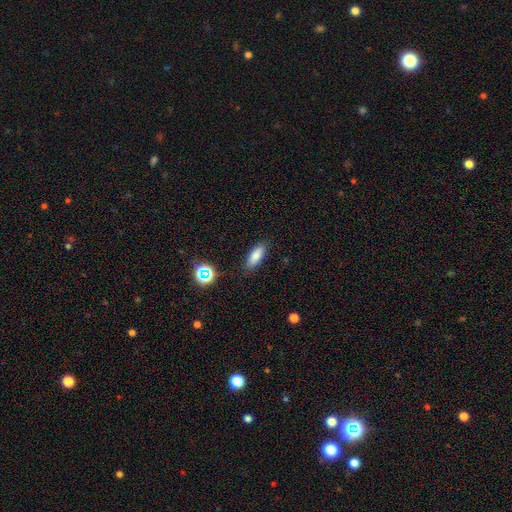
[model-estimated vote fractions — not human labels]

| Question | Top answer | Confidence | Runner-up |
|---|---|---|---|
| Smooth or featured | smooth | 80% | star or artifact (10%) |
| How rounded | in between | 72% | cigar-shaped (25%) |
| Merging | none | 84% | minor disturbance (11%) |